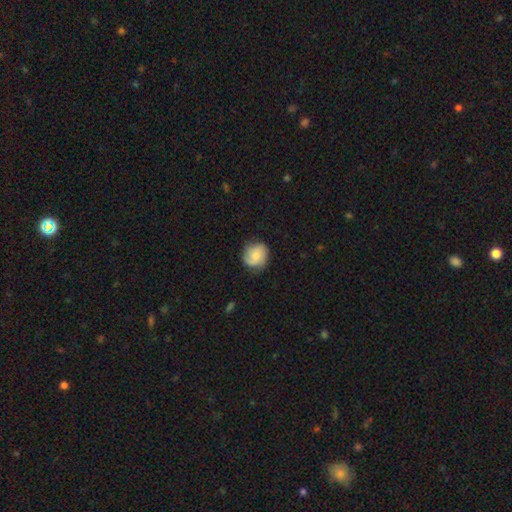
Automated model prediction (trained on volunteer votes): Morphology: type=smooth (61%); roundness=round (80%); merging=none (71%).